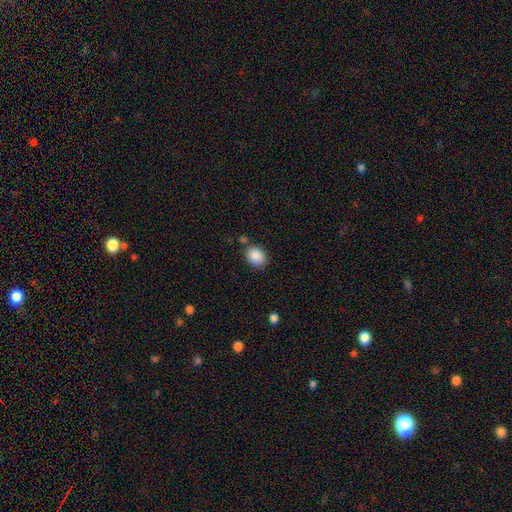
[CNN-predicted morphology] A smooth galaxy with no disk features (88%) that is in between round and cigar-shaped (55%).

Vote fractions:
- Smooth or featured? smooth: 88% / star or artifact: 8% / featured or disk: 4%
- How rounded? in between: 55% / round: 44% / cigar-shaped: 1%
- Merging? none: 77% / minor disturbance: 13% / merger: 6% / major disturbance: 4%